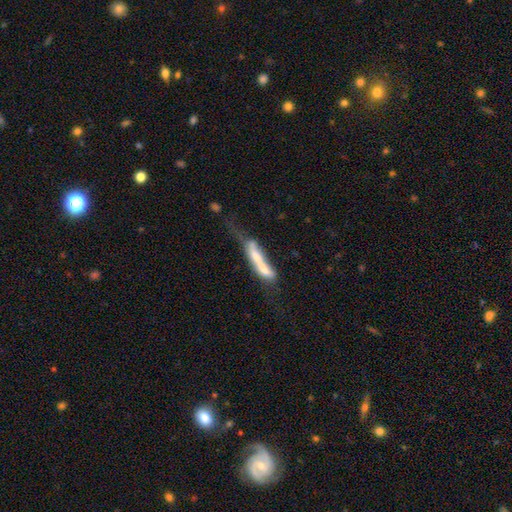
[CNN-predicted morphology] smooth-or-featured: smooth: 52% | featured or disk: 41% | star or artifact: 7%
  how-rounded: cigar-shaped: 78% | in between: 20% | round: 2%
  merging: merger: 41% | major disturbance: 23% | none: 19% | minor disturbance: 17%